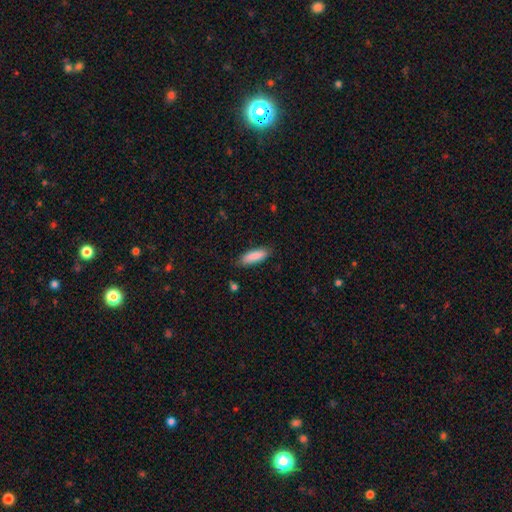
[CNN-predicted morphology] Overall: smooth (87%). How rounded: cigar-shaped (50%; in between 49%). Merging: none (84%).